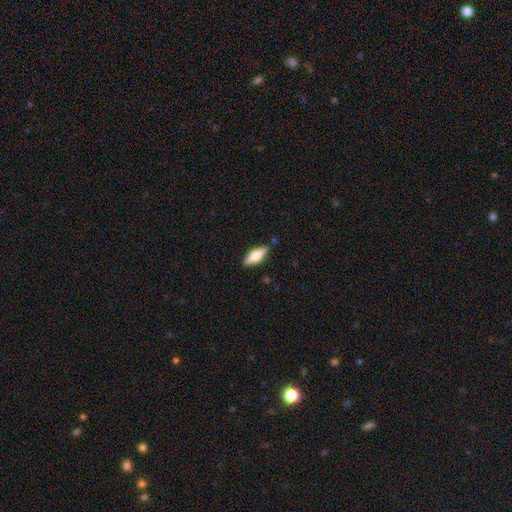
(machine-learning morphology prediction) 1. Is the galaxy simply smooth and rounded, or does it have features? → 57% smooth, 37% featured or disk, 6% star or artifact.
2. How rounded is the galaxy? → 64% in between, 33% cigar-shaped, 3% round.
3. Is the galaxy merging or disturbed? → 85% none, 11% minor disturbance, 2% major disturbance, 2% merger.